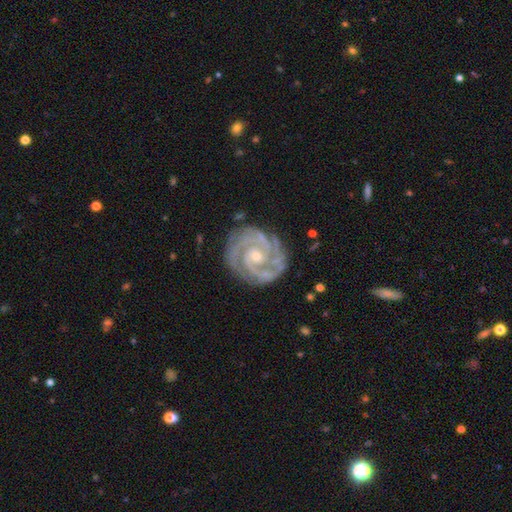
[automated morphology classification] Smooth or featured? Predicted: featured or disk (p=0.93). Edge-on disk? Predicted: no (p=0.98). Bar? Predicted: no (p=0.64). Spiral arms? Predicted: yes (p=0.99). Spiral winding? Predicted: tight (p=0.77). Spiral arm count? Predicted: 2 (p=0.40). Bulge size? Predicted: small (p=0.52). Merging? Predicted: none (p=0.80).